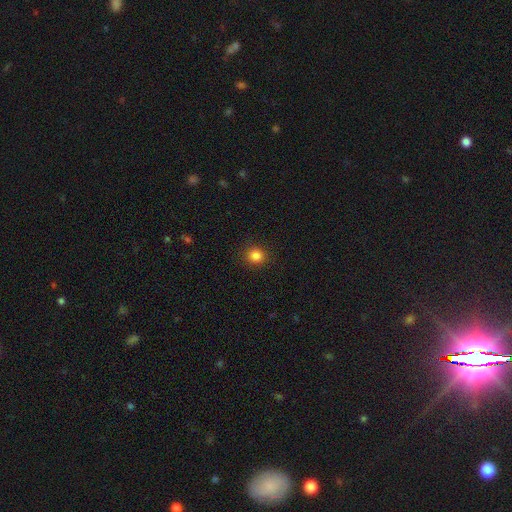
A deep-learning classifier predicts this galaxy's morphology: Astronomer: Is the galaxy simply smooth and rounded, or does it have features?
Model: smooth — 84%.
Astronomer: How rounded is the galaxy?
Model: round — 88%.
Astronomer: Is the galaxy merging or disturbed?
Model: none — 91%.